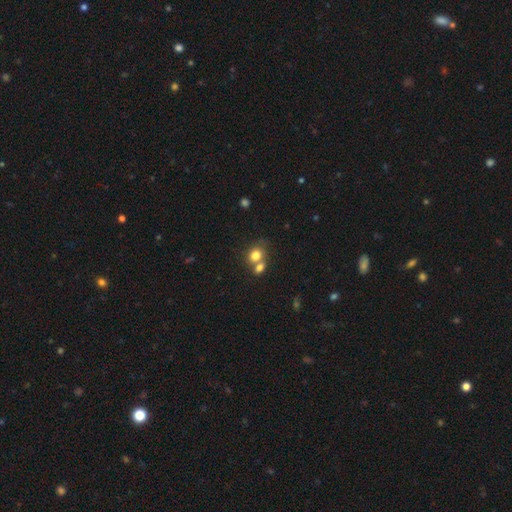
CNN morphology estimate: smooth-or-featured: smooth: 78% | featured or disk: 11% | star or artifact: 11%
  how-rounded: round: 62% | in between: 37% | cigar-shaped: 1%
  merging: merger: 49% | none: 37% | minor disturbance: 9% | major disturbance: 4%